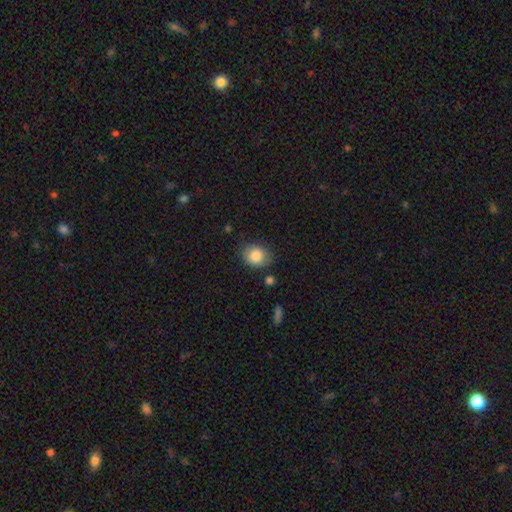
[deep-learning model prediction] smooth-or-featured: smooth: 84% | star or artifact: 8% | featured or disk: 8%
  how-rounded: round: 50% | in between: 49% | cigar-shaped: 1%
  merging: none: 78% | minor disturbance: 16% | major disturbance: 4% | merger: 3%